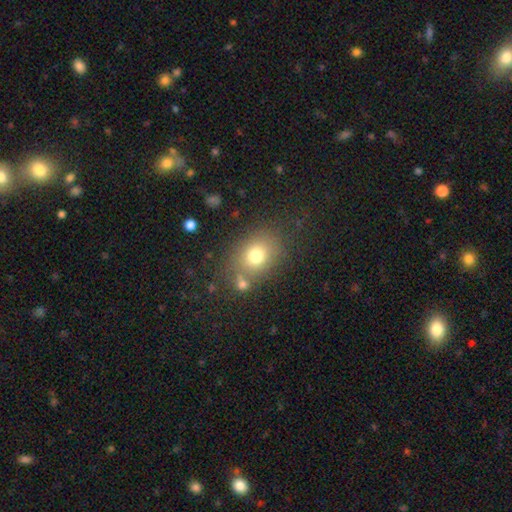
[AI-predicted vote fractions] The model was most divided on "how rounded": round: 53%, in between: 46%, cigar-shaped: 1%. More confident: smooth or featured — smooth (74%); merging — none (71%).